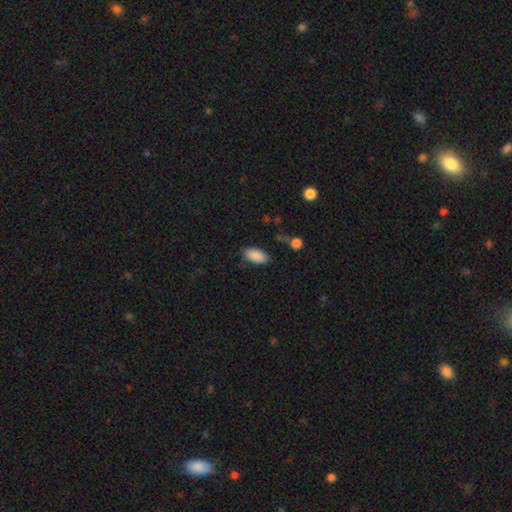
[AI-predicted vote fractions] Smooth or featured: smooth — 89% (star or artifact — 7%)
How rounded: in between — 93% (cigar-shaped — 5%)
Merging: none — 83% (minor disturbance — 11%)